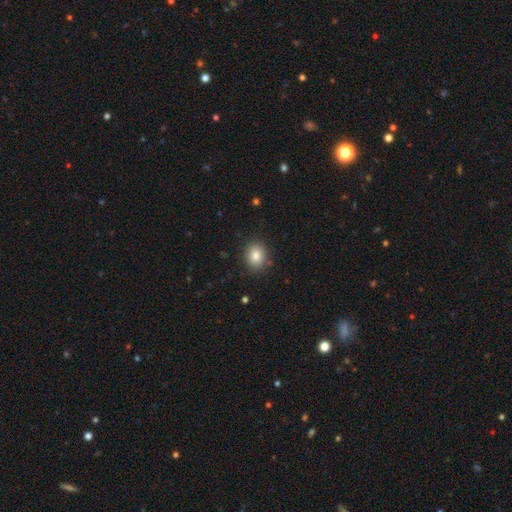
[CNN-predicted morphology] This is clearly a smooth galaxy (84%). How rounded: possibly round (54%). Merging: clearly none (87%).